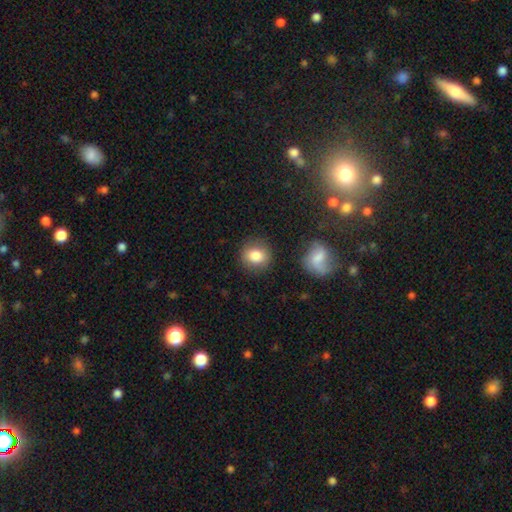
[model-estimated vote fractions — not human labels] Overall: smooth (84%). How rounded: round (76%). Merging: none (82%).